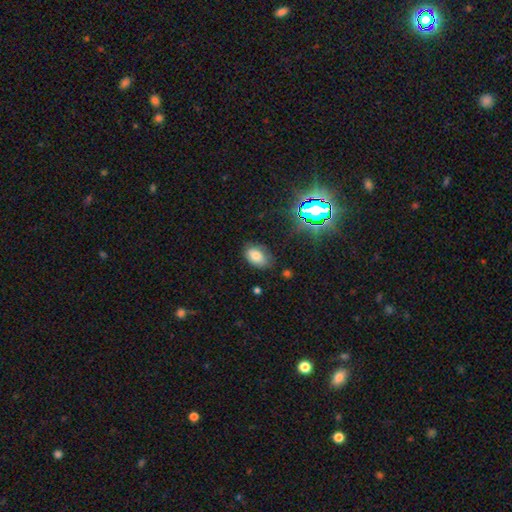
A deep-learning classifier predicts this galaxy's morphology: A smooth galaxy with no disk features (75%) that is in between round and cigar-shaped (89%).

Vote fractions:
- Smooth or featured? smooth: 75% / star or artifact: 14% / featured or disk: 10%
- How rounded? in between: 89% / round: 10% / cigar-shaped: 1%
- Merging? none: 74% / minor disturbance: 20% / major disturbance: 5% / merger: 2%